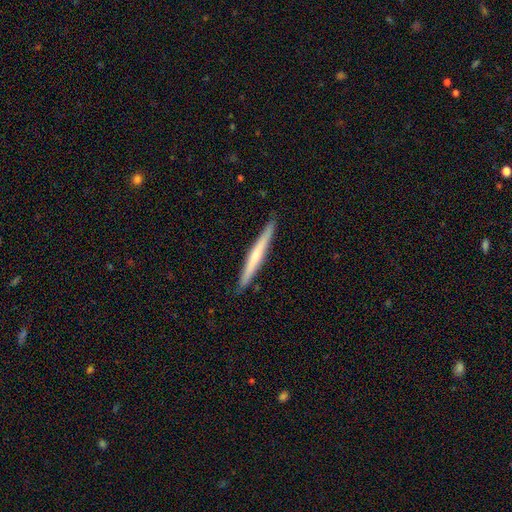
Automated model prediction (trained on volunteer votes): Overall: featured or disk (48%; smooth 47%). Merging: none (91%).